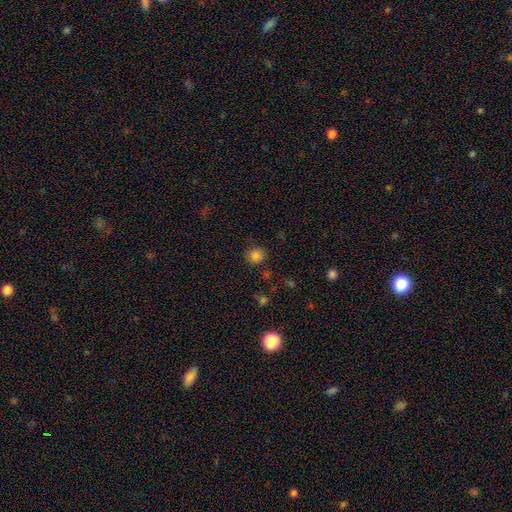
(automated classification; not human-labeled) Smooth or featured? Predicted: smooth (p=0.83). How rounded? Predicted: round (p=0.89). Merging? Predicted: none (p=0.85).